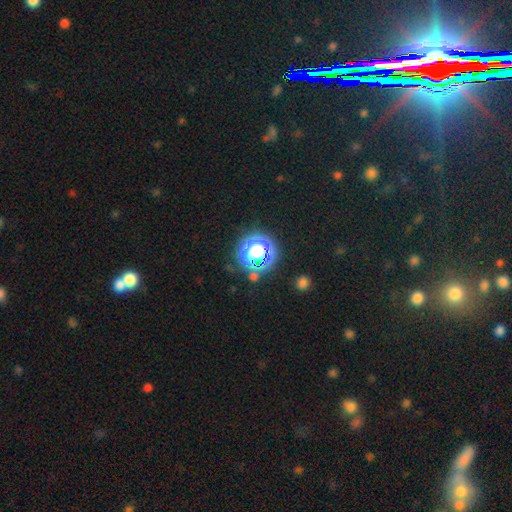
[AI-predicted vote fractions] This appears to be a star or artifact, not a galaxy (57%).